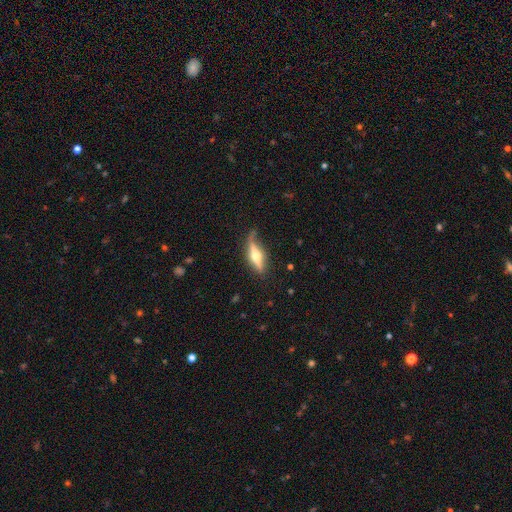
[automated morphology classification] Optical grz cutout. It shows a featured or disk galaxy (64%) viewed edge-on (91%) with a rounded central bulge (92%). Merging: none (70%).